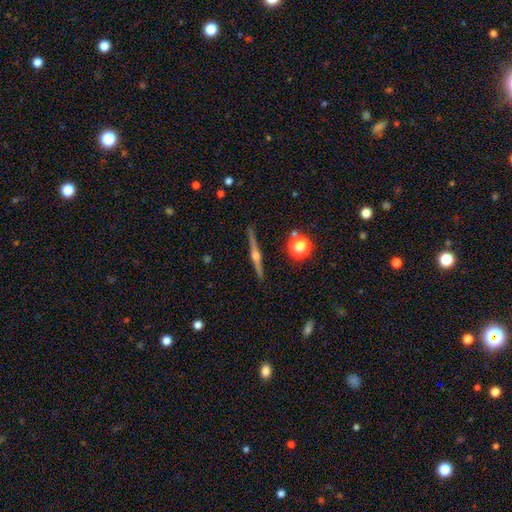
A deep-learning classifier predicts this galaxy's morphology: Smooth or featured?
  - featured or disk: 84% *
  - smooth: 10%
  - star or artifact: 6%
Edge-on disk?
  - yes: 98% *
  - no: 2%
Edge-on bulge?
  - rounded: 94% *
  - boxy: 4%
  - none: 3%
Merging?
  - none: 91% *
  - minor disturbance: 6%
  - merger: 1%
  - major disturbance: 1%